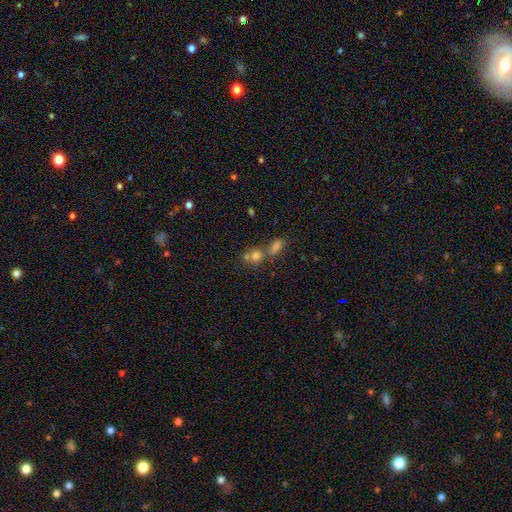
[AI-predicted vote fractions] Overall: smooth (65%). How rounded: round (71%). Merging: merger (45%; none 42%).